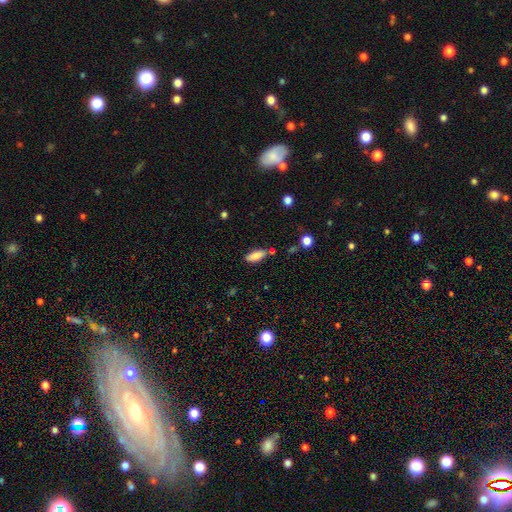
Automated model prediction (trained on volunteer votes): Smooth or featured?
  - smooth: 82% *
  - featured or disk: 11%
  - star or artifact: 7%
How rounded?
  - in between: 79% *
  - cigar-shaped: 19%
  - round: 2%
Merging?
  - none: 75% *
  - minor disturbance: 15%
  - merger: 7%
  - major disturbance: 3%